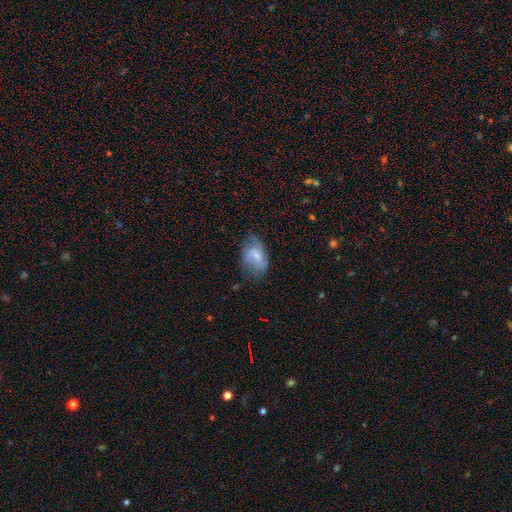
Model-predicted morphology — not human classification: The model was most divided on "smooth or featured": smooth: 51%, featured or disk: 40%, star or artifact: 8%. Remaining: how rounded — in between (83%); merging — none (49%).